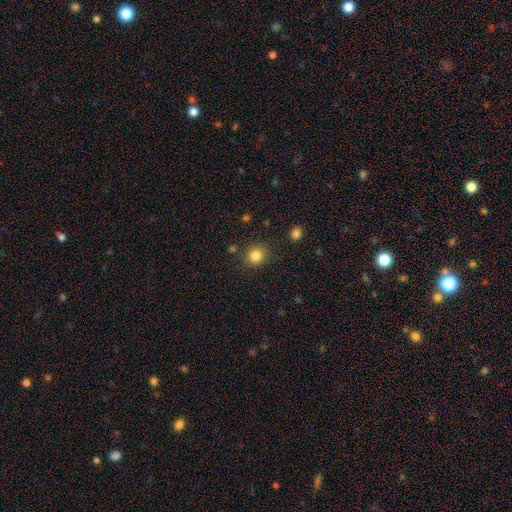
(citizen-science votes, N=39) Morphology: type=smooth (87%); roundness=round (71%); merging=none (86%).